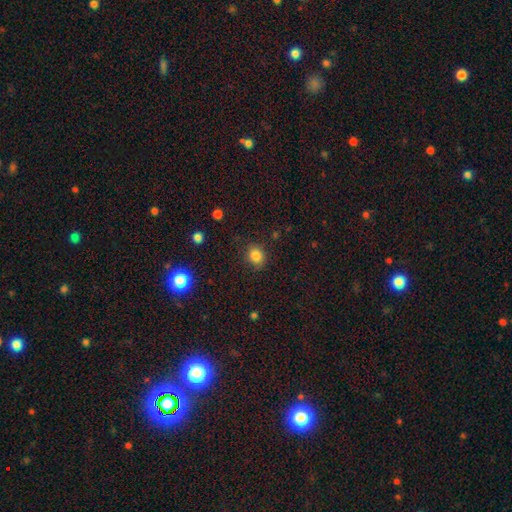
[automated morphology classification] Smooth or featured? Predicted: smooth (p=0.83). How rounded? Predicted: round (p=0.72). Merging? Predicted: none (p=0.83).